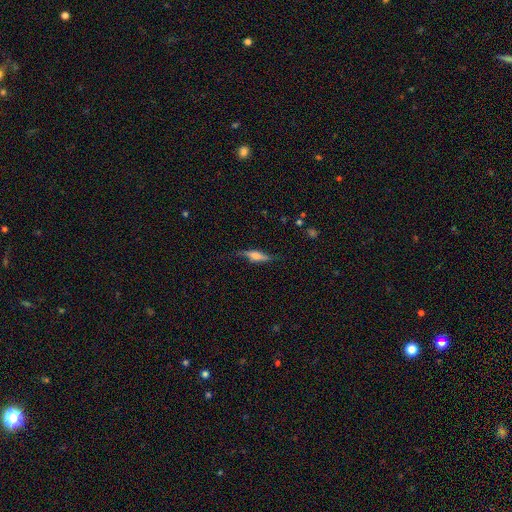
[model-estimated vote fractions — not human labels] Smooth or featured: featured or disk — 59% (smooth — 34%)
Edge-on disk: yes — 89% (no — 11%)
Edge-on bulge: rounded — 77% (boxy — 17%)
Merging: none — 72% (minor disturbance — 20%)